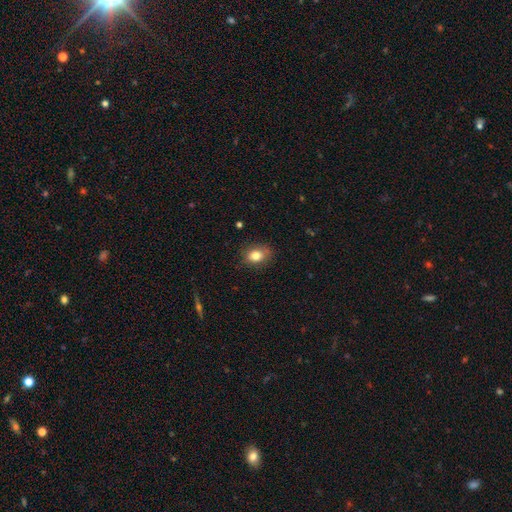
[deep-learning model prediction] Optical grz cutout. It shows a smooth galaxy with no disk features (81%) that is in between round and cigar-shaped (65%). Merging: none (78%).